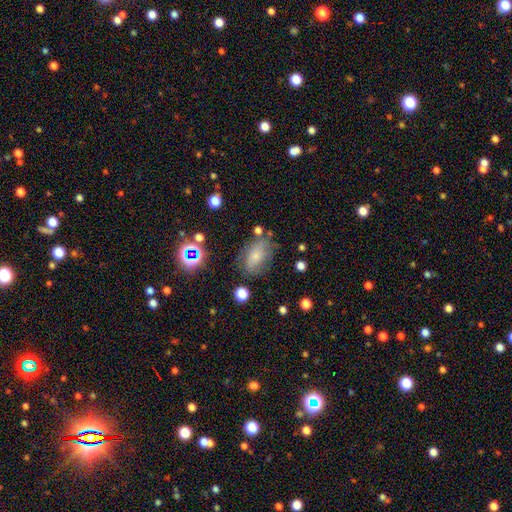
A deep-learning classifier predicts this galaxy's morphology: A smooth galaxy with no disk features (66%) that is in between round and cigar-shaped (83%). Merging: none (60%).